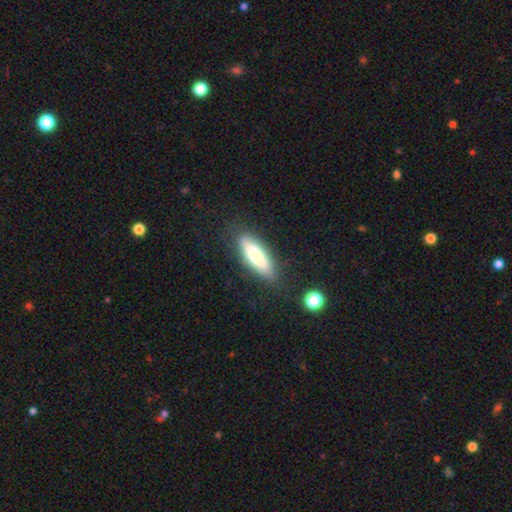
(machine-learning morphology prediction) A smooth galaxy with no disk features (69%) that is in between round and cigar-shaped (57%).

Vote fractions:
- Smooth or featured? smooth: 69% / featured or disk: 24% / star or artifact: 7%
- How rounded? in between: 57% / cigar-shaped: 41% / round: 2%
- Merging? none: 79% / minor disturbance: 15% / major disturbance: 4% / merger: 2%